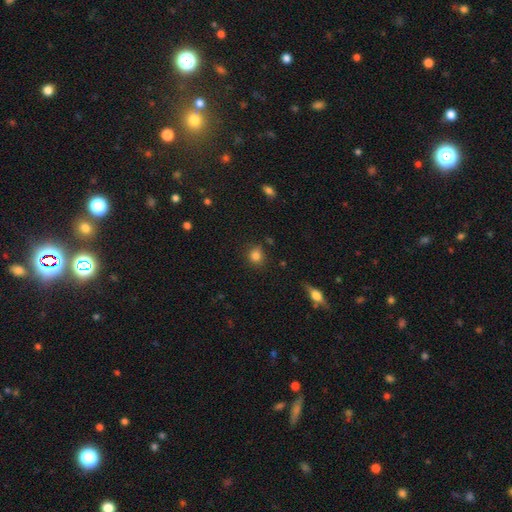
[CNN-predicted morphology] The model was most divided on "how rounded": round: 78%, in between: 21%, cigar-shaped: 1%. More confident: smooth or featured — smooth (83%); merging — none (81%).